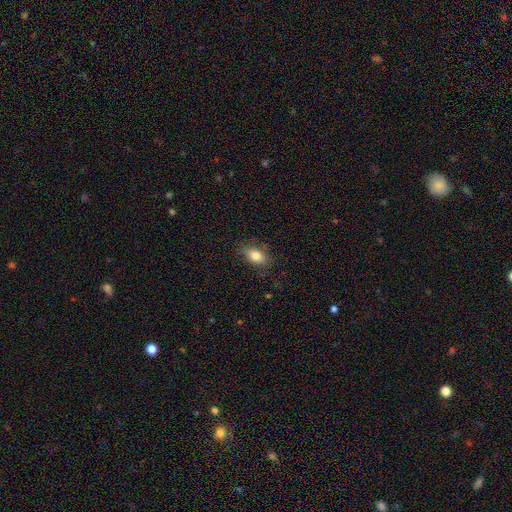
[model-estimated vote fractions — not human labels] This appears to be a smooth galaxy with no disk features (82%) that is in between round and cigar-shaped (87%). Merging: none (81%).